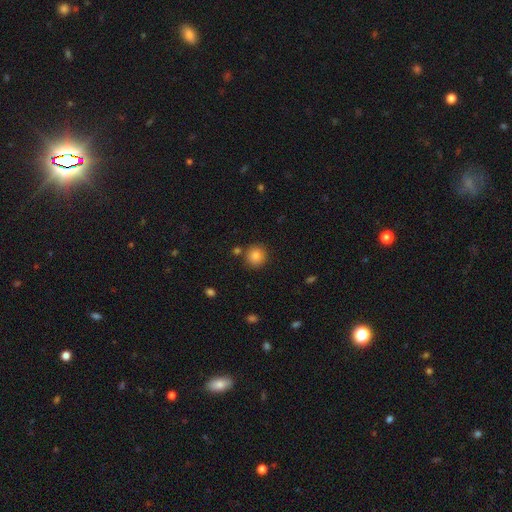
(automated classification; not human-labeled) Smooth or featured: smooth — 84% (star or artifact — 10%)
How rounded: round — 91% (in between — 8%)
Merging: none — 83% (minor disturbance — 8%)